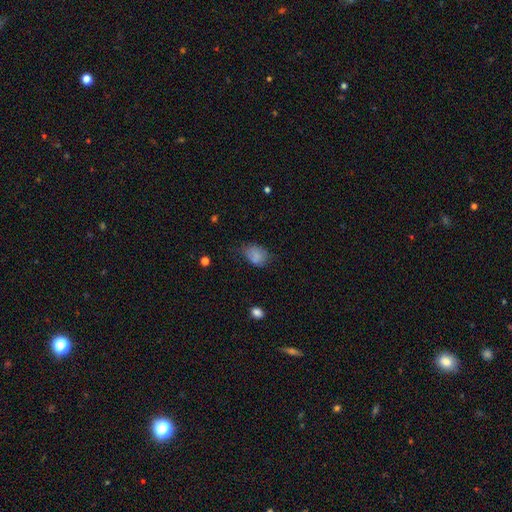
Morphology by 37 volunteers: Smooth or featured? 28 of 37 (76%) said smooth. How rounded? 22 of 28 (79%) said in between. Merging? 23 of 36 (64%) said none.